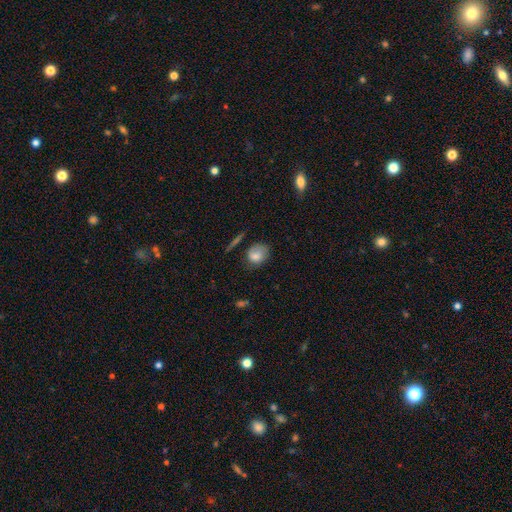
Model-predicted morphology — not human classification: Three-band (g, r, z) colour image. It shows a smooth galaxy with no disk features (78%) that is round (50%). Merging: none (54%).